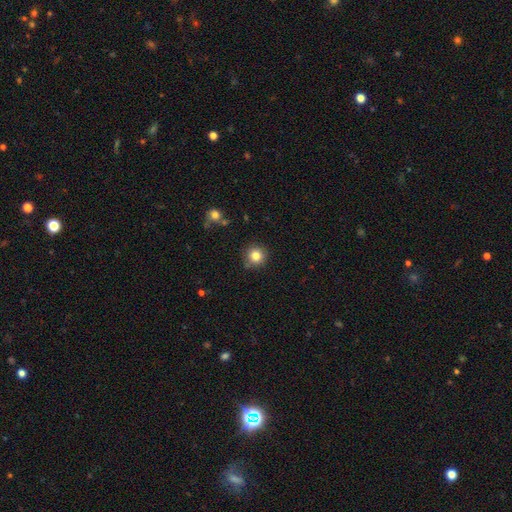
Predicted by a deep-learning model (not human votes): smooth-or-featured: smooth: 82% | star or artifact: 11% | featured or disk: 6%
  how-rounded: round: 94% | in between: 5% | cigar-shaped: 1%
  merging: none: 87% | minor disturbance: 8% | merger: 3% | major disturbance: 2%